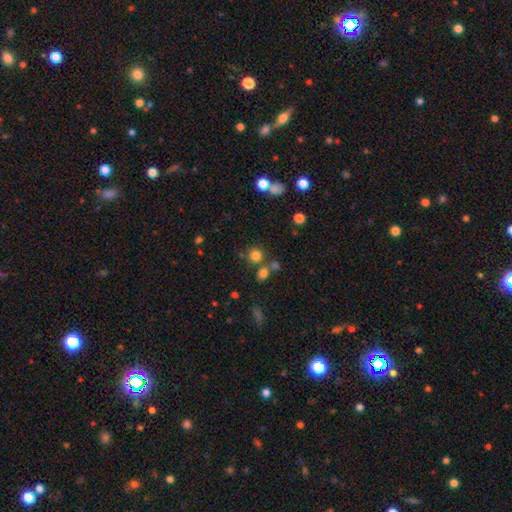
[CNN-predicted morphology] type=smooth (77%); roundness=round (89%); merging=none (70%).